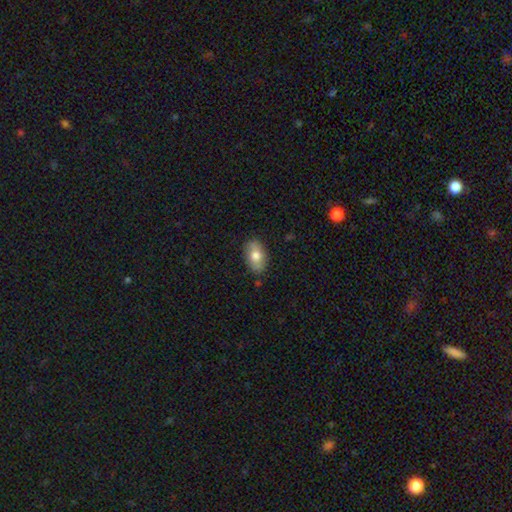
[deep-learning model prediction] The model was most divided on "smooth or featured": smooth: 74%, featured or disk: 19%, star or artifact: 7%. More confident: how rounded — in between (90%); merging — none (84%).